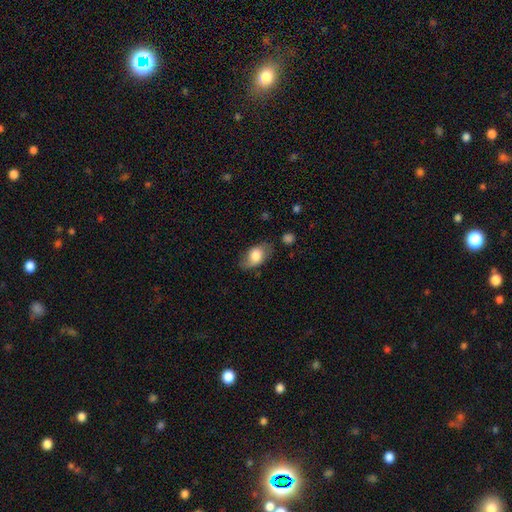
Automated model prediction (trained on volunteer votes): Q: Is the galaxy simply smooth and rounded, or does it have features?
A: smooth — 72%.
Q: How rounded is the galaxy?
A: in between — 89%.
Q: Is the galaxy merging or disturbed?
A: none — 70%.